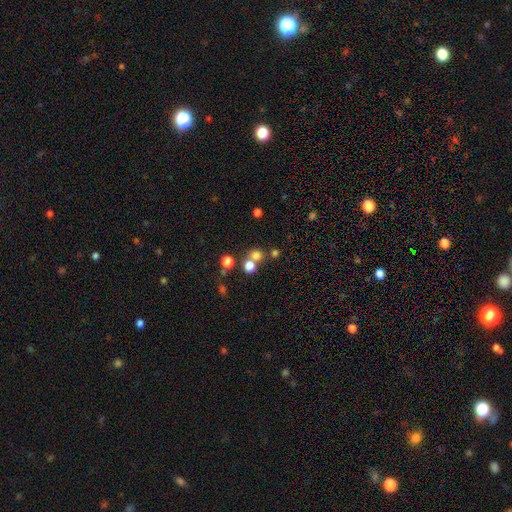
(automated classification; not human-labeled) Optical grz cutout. It shows a smooth galaxy with no disk features (71%) that is round (84%). Merging: none (58%).